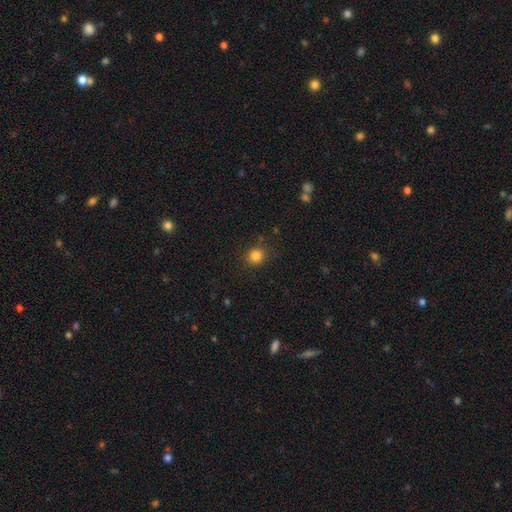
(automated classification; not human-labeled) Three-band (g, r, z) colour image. It shows a smooth galaxy with no disk features (83%) that is round (87%). Merging: none (86%).